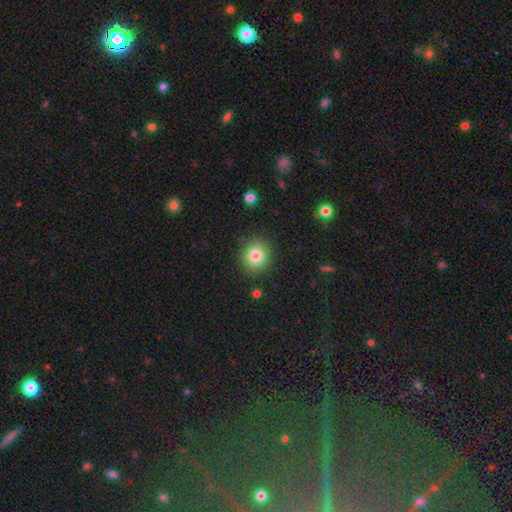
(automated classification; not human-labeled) Q: Smooth or featured?
A: smooth (82%); runner-up: star or artifact (11%)
Q: How rounded?
A: round (87%); runner-up: in between (12%)
Q: Merging?
A: none (89%); runner-up: minor disturbance (7%)